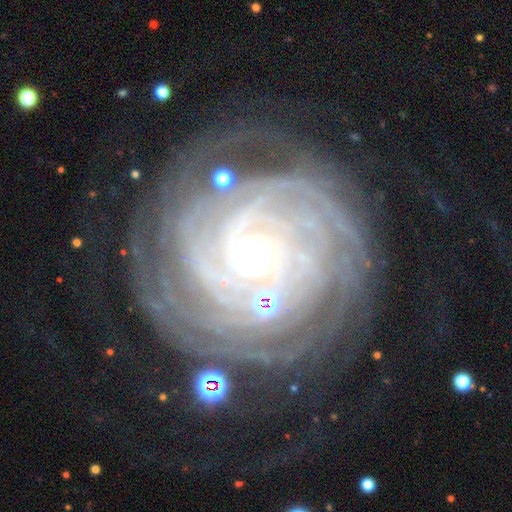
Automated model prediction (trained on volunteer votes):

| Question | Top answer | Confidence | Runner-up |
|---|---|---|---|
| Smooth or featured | featured or disk | 90% | star or artifact (6%) |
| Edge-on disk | no | 97% | yes (3%) |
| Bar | no | 64% | weak (23%) |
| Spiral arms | yes | 98% | no (2%) |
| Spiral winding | tight | 84% | medium (13%) |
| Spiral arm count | more than 4 | 25% | 4 (22%) |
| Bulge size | moderate | 59% | small (34%) |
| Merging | none | 72% | minor disturbance (17%) |